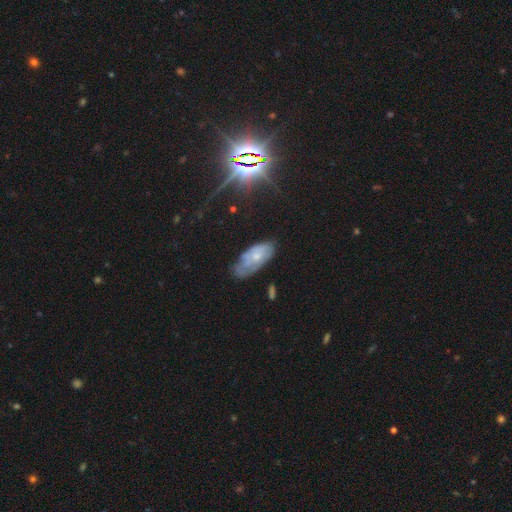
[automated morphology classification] Q: Smooth or featured?
A: featured or disk (46%); runner-up: smooth (44%)
Q: Merging?
A: none (56%); runner-up: minor disturbance (30%)